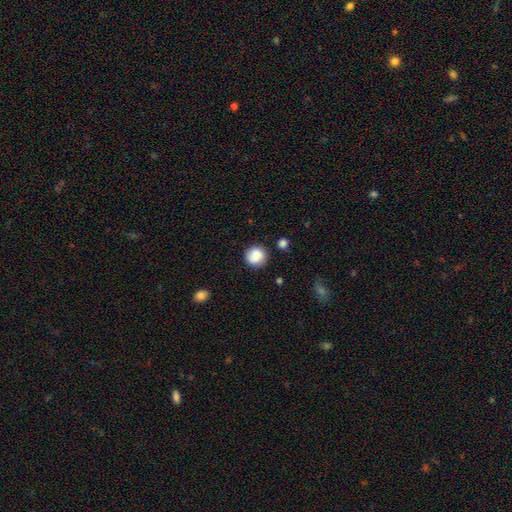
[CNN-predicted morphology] Q: Smooth or featured?
A: smooth (87%); runner-up: star or artifact (8%)
Q: How rounded?
A: round (91%); runner-up: in between (8%)
Q: Merging?
A: none (83%); runner-up: minor disturbance (11%)